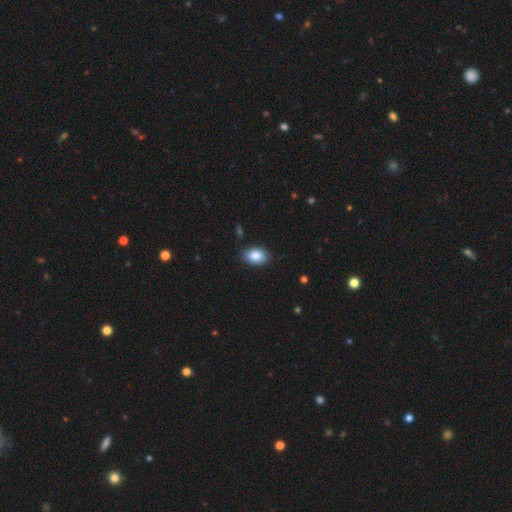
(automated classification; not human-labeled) smooth_or_featured: smooth (p=0.87) [alt: star or artifact p=0.07]
how_rounded: in between (p=0.88) [alt: round p=0.11]
merging: none (p=0.85) [alt: minor disturbance p=0.11]